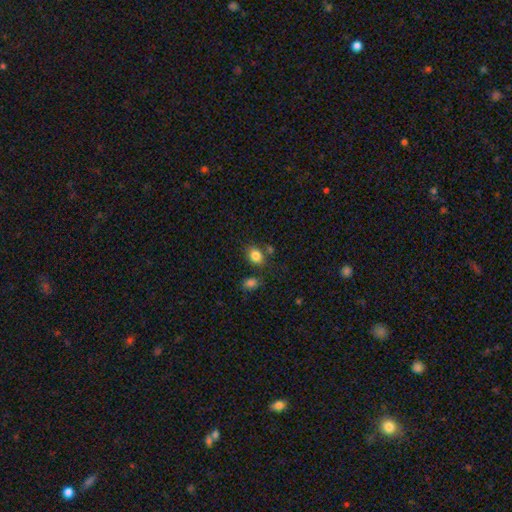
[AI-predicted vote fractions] A smooth galaxy with no disk features (84%) that is in between round and cigar-shaped (55%). Merging: none (72%).